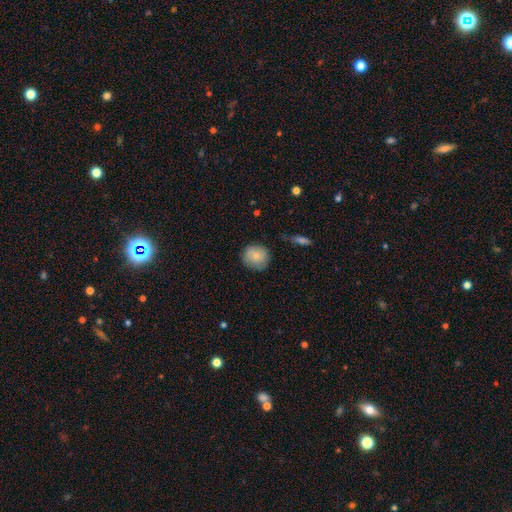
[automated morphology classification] Smooth or featured? smooth (79%)
How rounded? round (87%)
Merging? none (77%)